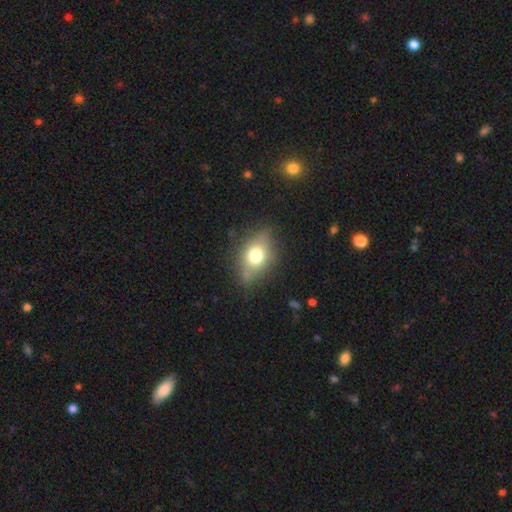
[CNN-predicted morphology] A smooth galaxy with no disk features (70%) that is in between round and cigar-shaped (77%).

Vote fractions:
- Smooth or featured? smooth: 70% / featured or disk: 20% / star or artifact: 10%
- How rounded? in between: 77% / round: 20% / cigar-shaped: 4%
- Merging? none: 74% / minor disturbance: 18% / major disturbance: 5% / merger: 3%